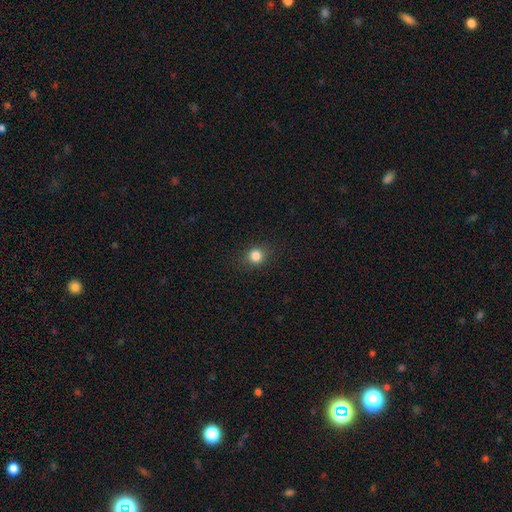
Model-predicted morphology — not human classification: smooth-or-featured: smooth: 83% | star or artifact: 12% | featured or disk: 5%
  how-rounded: round: 82% | in between: 17% | cigar-shaped: 1%
  merging: none: 88% | minor disturbance: 9% | major disturbance: 3% | merger: 1%